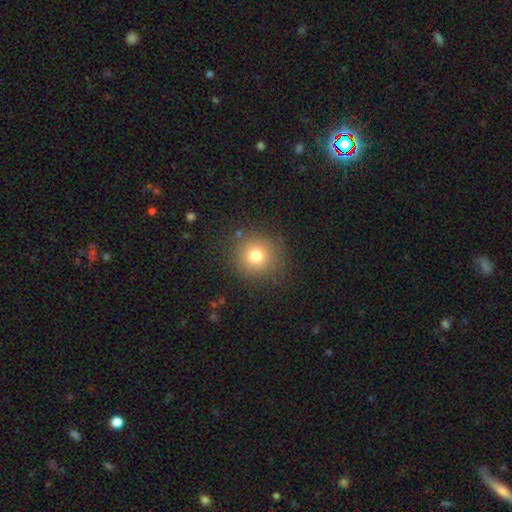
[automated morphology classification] A smooth galaxy with no disk features (77%) that is round (93%).

Vote fractions:
- Smooth or featured? smooth: 77% / star or artifact: 14% / featured or disk: 9%
- How rounded? round: 93% / in between: 7% / cigar-shaped: 1%
- Merging? none: 87% / minor disturbance: 8% / major disturbance: 4% / merger: 2%